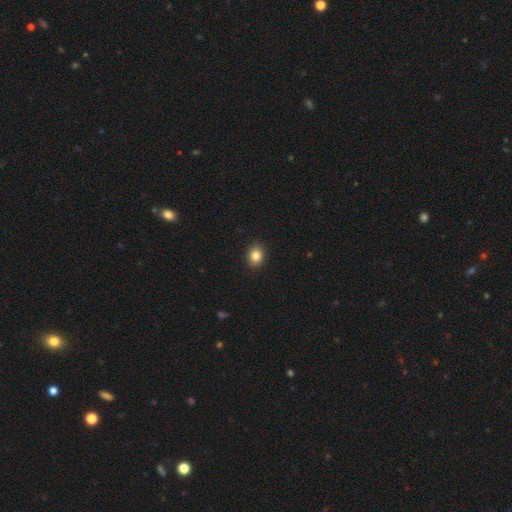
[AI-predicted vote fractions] Morphology: type=smooth (85%); roundness=round (53%); merging=none (90%).